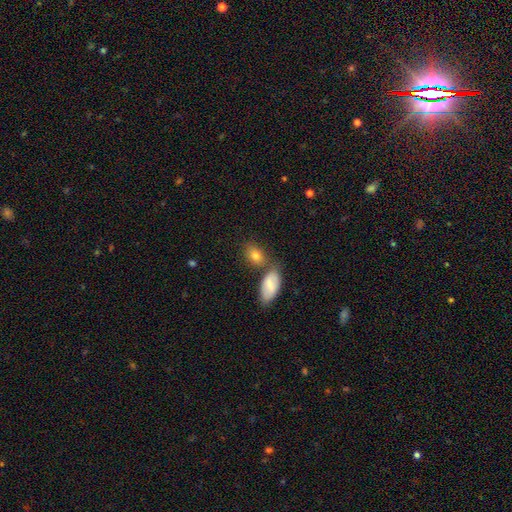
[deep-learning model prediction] This is clearly a smooth galaxy (80%). How rounded: likely in between (80%). Merging: possibly none (57%).